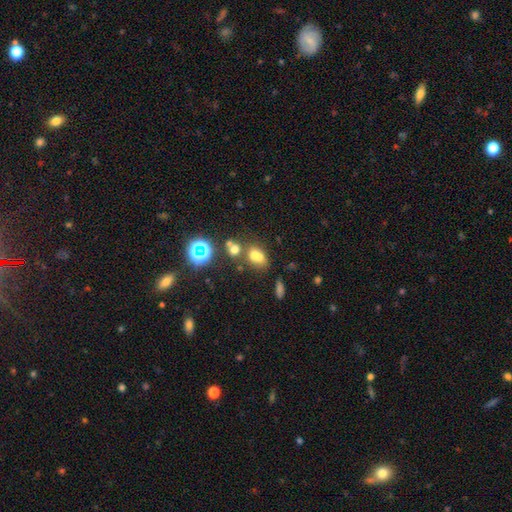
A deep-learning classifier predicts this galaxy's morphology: Q: Smooth or featured?
A: smooth (62%); runner-up: star or artifact (22%)
Q: How rounded?
A: in between (52%); runner-up: round (46%)
Q: Merging?
A: merger (50%); runner-up: none (35%)